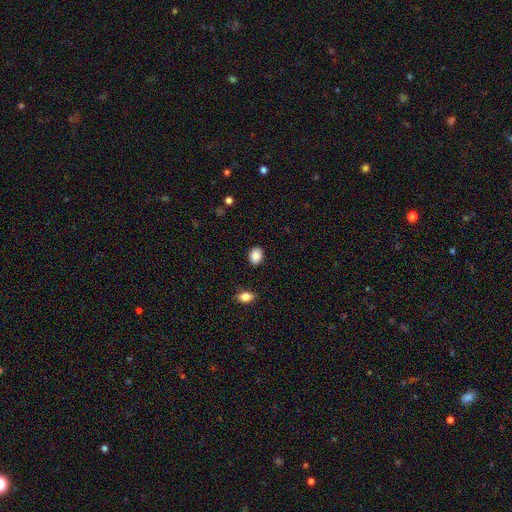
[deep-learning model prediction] Smooth or featured: smooth — 88% (star or artifact — 8%)
How rounded: in between — 65% (round — 34%)
Merging: none — 89% (minor disturbance — 7%)